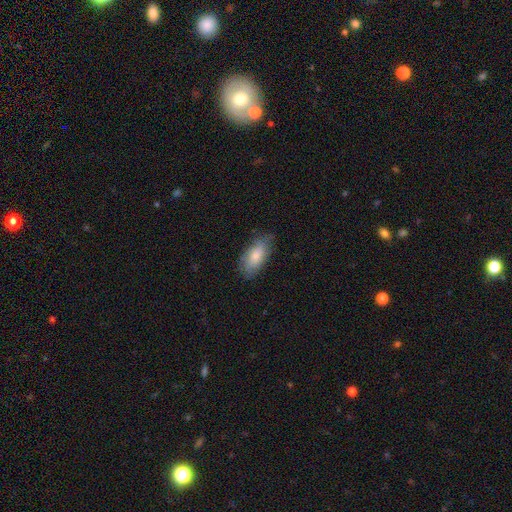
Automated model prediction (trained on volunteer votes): The model was most divided on "merging": none: 72%, minor disturbance: 22%, major disturbance: 5%, merger: 1%. More confident: how rounded — in between (89%); smooth or featured — smooth (75%).